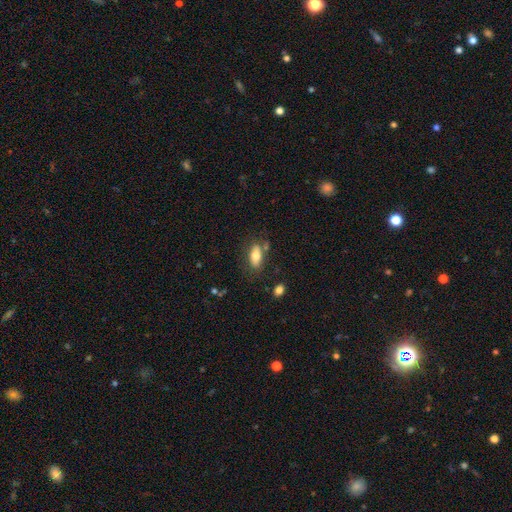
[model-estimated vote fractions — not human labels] smooth 74%, featured or disk 18%, star or artifact 8%. Down the decision tree: how rounded — in between (83%); merging — none (69%).